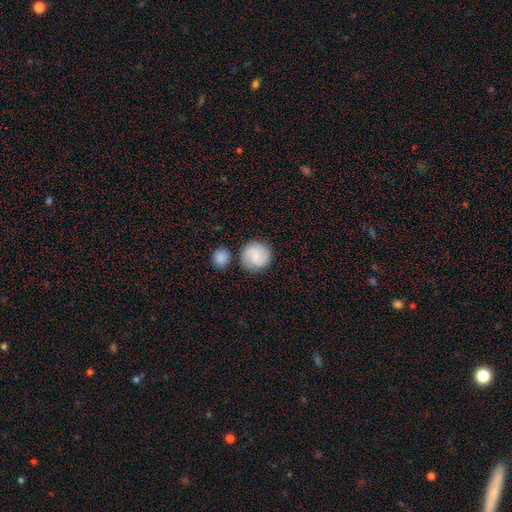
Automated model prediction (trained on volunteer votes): Smooth or featured: smooth — 64% (featured or disk — 28%)
How rounded: round — 91% (in between — 8%)
Merging: none — 75% (minor disturbance — 13%)